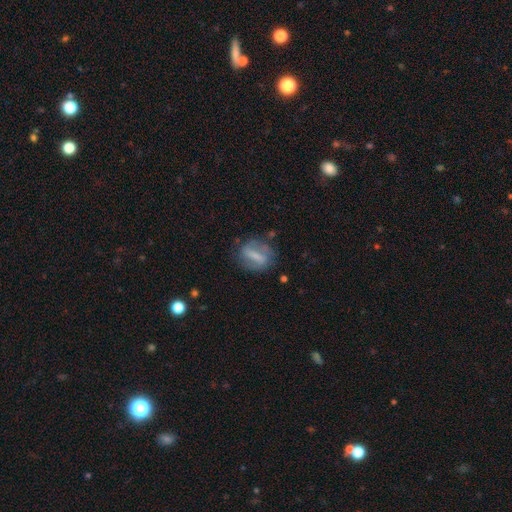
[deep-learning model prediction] A featured or disk galaxy (55%).

Vote fractions:
- Smooth or featured? featured or disk: 55% / smooth: 37% / star or artifact: 8%
- Edge-on disk? no: 90% / yes: 10%
- Merging? none: 70% / minor disturbance: 18% / major disturbance: 9% / merger: 3%